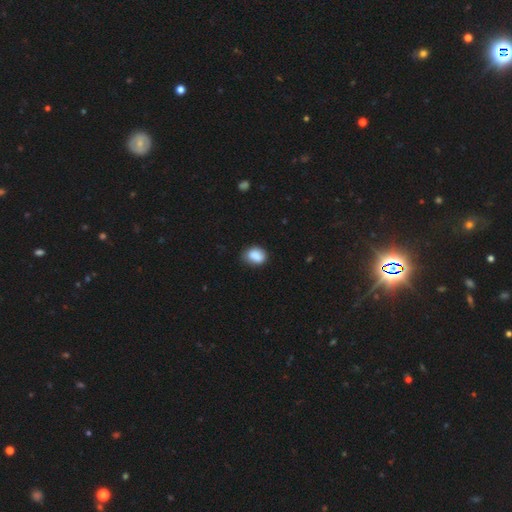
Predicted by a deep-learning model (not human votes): Morphology: type=smooth (87%); roundness=in between (67%); merging=none (72%).